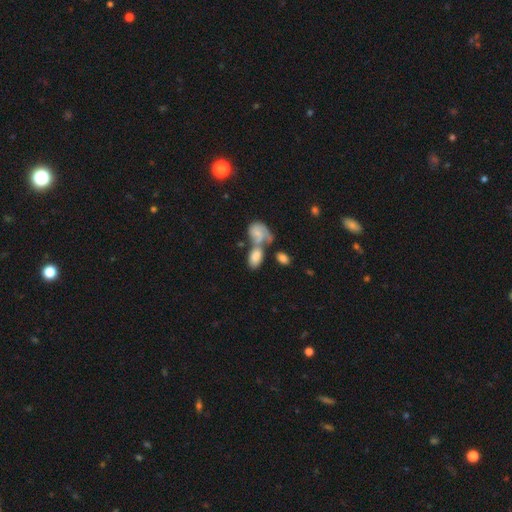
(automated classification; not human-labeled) A smooth galaxy with no disk features (67%) that is in between round and cigar-shaped (89%).

Vote fractions:
- Smooth or featured? smooth: 67% / featured or disk: 24% / star or artifact: 9%
- How rounded? in between: 89% / round: 9% / cigar-shaped: 2%
- Merging? merger: 52% / none: 28% / minor disturbance: 12% / major disturbance: 8%